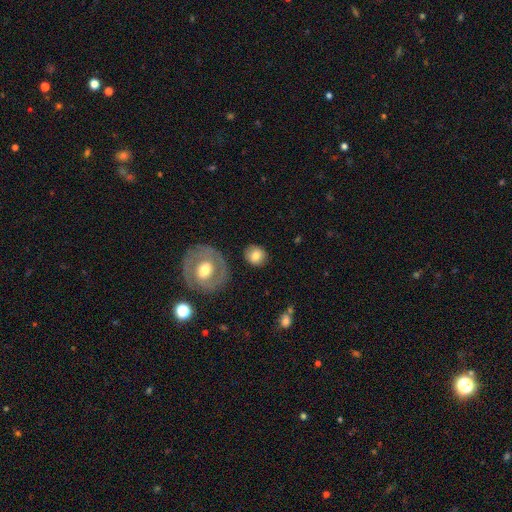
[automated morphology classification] A smooth galaxy with no disk features (77%) that is round (83%).

Vote fractions:
- Smooth or featured? smooth: 77% / featured or disk: 15% / star or artifact: 8%
- How rounded? round: 83% / in between: 16% / cigar-shaped: 1%
- Merging? none: 85% / minor disturbance: 9% / major disturbance: 3% / merger: 3%